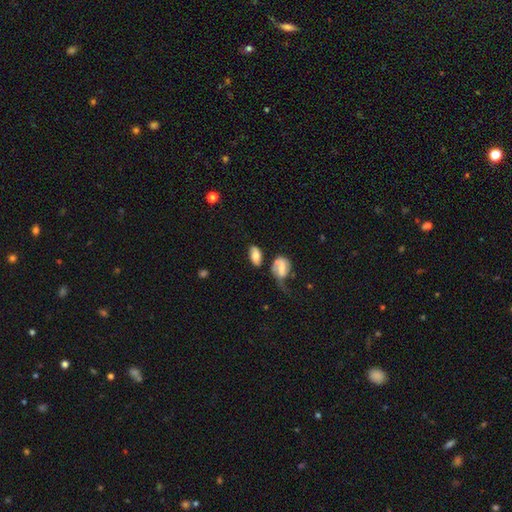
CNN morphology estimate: smooth-or-featured: smooth: 69% | featured or disk: 23% | star or artifact: 8%
  how-rounded: in between: 91% | round: 6% | cigar-shaped: 3%
  merging: none: 54% | minor disturbance: 19% | merger: 14% | major disturbance: 12%